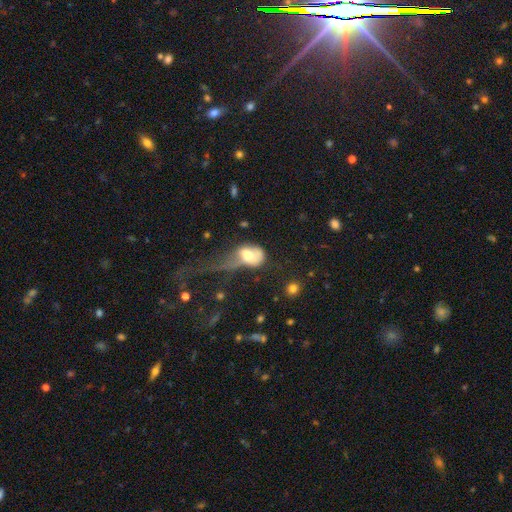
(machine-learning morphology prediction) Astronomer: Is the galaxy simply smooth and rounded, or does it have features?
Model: smooth — 63%.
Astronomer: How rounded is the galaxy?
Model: in between — 75%.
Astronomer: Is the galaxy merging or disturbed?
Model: major disturbance — 57%.